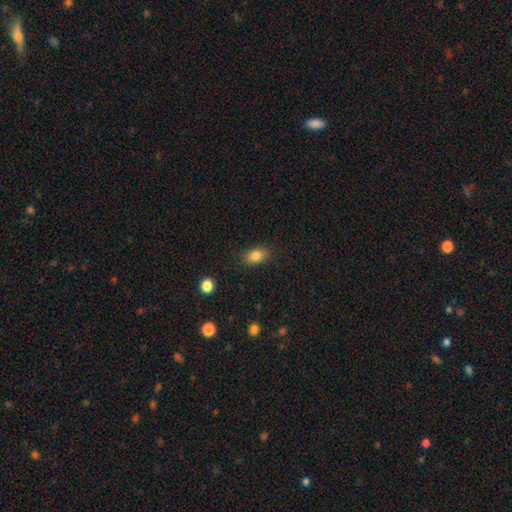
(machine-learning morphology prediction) smooth_or_featured: smooth (p=0.85) [alt: star or artifact p=0.09]
how_rounded: in between (p=0.83) [alt: round p=0.15]
merging: none (p=0.85) [alt: minor disturbance p=0.11]